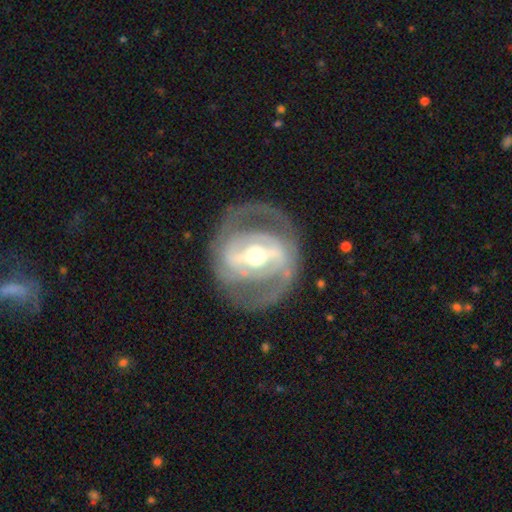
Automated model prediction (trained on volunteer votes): A featured or disk galaxy (84%) with a strong bar (62%), 2 (75%) tight (43%) spiral arms (73%) and a moderate central bulge (68%).

Vote fractions:
- Smooth or featured? featured or disk: 84% / smooth: 11% / star or artifact: 5%
- Edge-on disk? no: 95% / yes: 5%
- Bar? strong: 62% / weak: 25% / no: 13%
- Spiral arms? yes: 73% / no: 27%
- Spiral winding? tight: 43% / medium: 41% / loose: 16%
- Spiral arm count? 2: 75% / can't tell: 13% / 3: 4% / 1: 4% / 4: 2% / more than 4: 2%
- Bulge size? moderate: 68% / small: 20% / large: 10% / dominant: 1% / none: 1%
- Merging? none: 73% / minor disturbance: 14% / major disturbance: 11% / merger: 1%